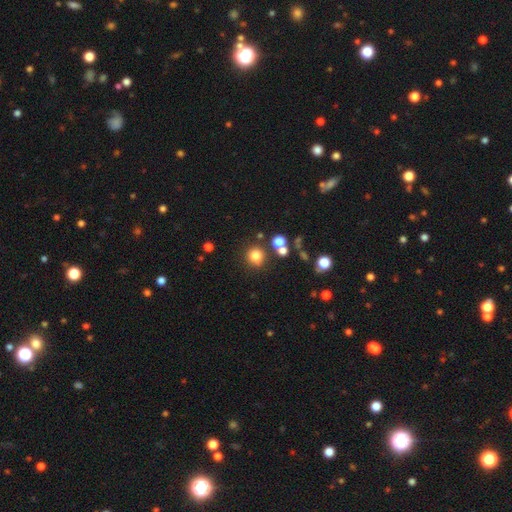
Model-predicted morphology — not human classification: Overall: smooth (79%). How rounded: round (90%). Merging: none (79%).